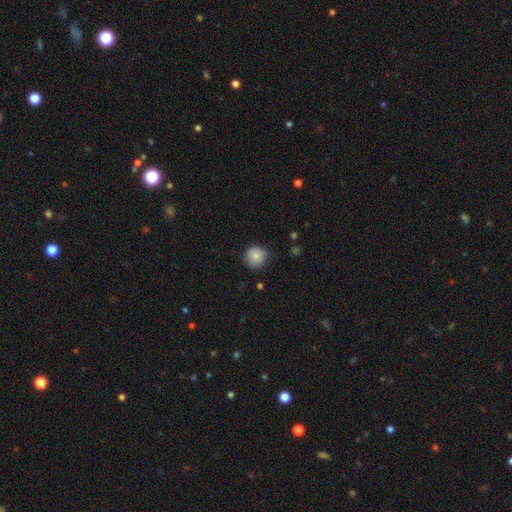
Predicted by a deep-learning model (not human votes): This appears to be a smooth galaxy with no disk features (84%) that is round (91%). Merging: none (78%).